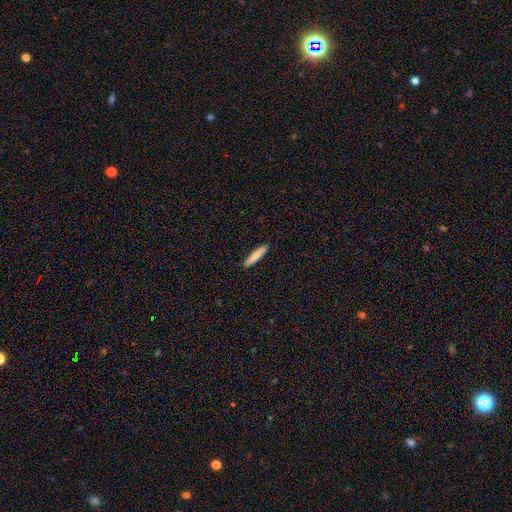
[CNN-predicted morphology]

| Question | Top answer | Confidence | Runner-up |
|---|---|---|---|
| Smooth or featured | smooth | 80% | featured or disk (15%) |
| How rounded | cigar-shaped | 90% | in between (9%) |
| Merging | none | 91% | minor disturbance (7%) |